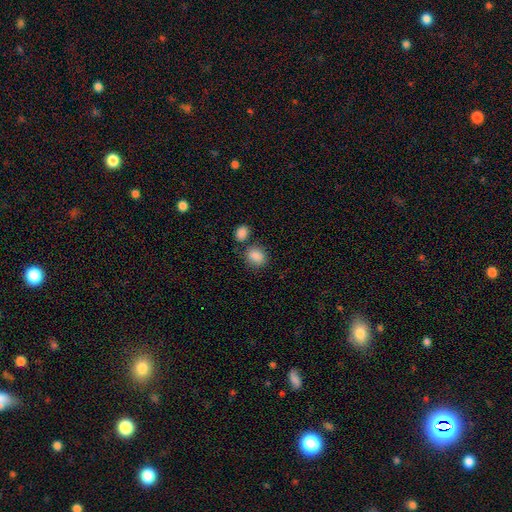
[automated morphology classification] Smooth or featured? smooth (87%)
How rounded? in between (55%)
Merging? none (64%)